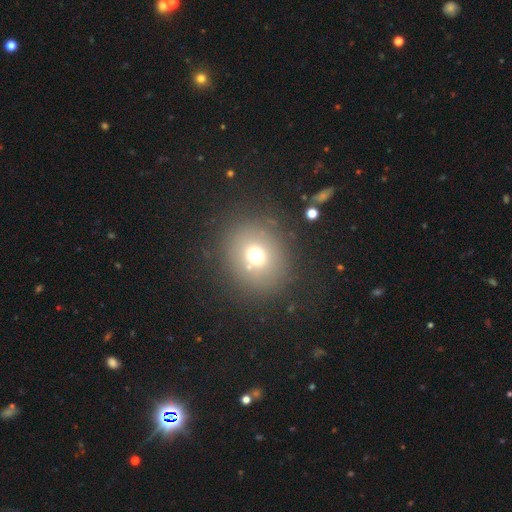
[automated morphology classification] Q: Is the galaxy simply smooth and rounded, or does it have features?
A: smooth — 66%.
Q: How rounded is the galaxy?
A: round — 78%.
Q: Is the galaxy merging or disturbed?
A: none — 79%.